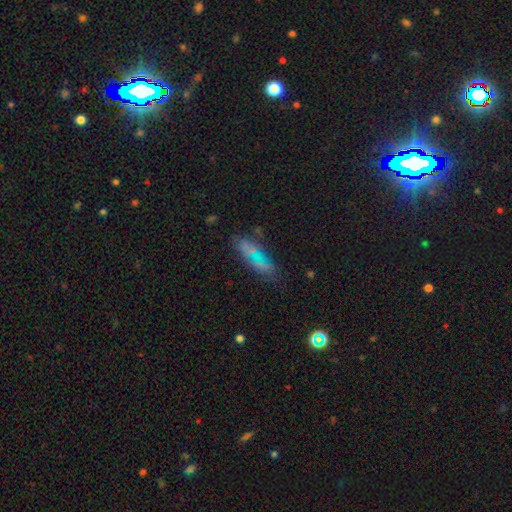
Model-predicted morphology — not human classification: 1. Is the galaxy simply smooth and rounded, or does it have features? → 43% smooth, 36% featured or disk, 20% star or artifact.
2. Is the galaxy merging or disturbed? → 58% none, 20% minor disturbance, 13% major disturbance, 9% merger.